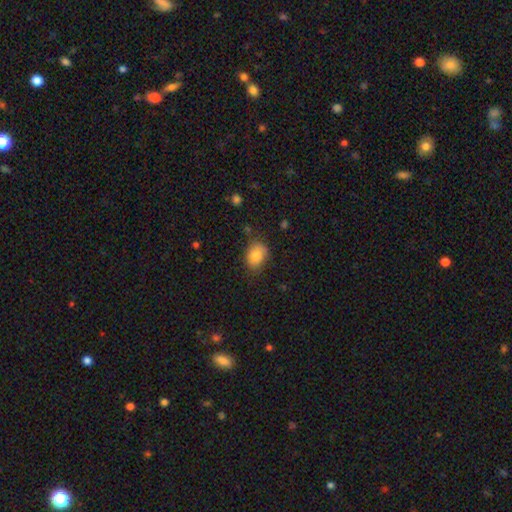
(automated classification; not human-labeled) The model was most divided on "how rounded": in between: 64%, round: 35%, cigar-shaped: 1%. More confident: smooth or featured — smooth (82%); merging — none (70%).